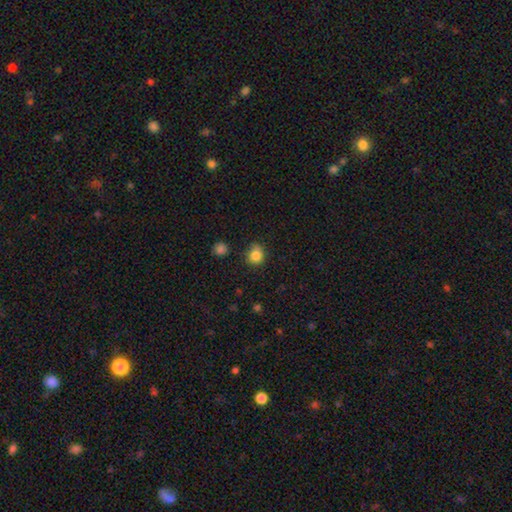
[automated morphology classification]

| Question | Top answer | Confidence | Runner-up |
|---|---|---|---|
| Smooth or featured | smooth | 83% | star or artifact (11%) |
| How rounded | round | 77% | in between (22%) |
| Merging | none | 71% | minor disturbance (22%) |